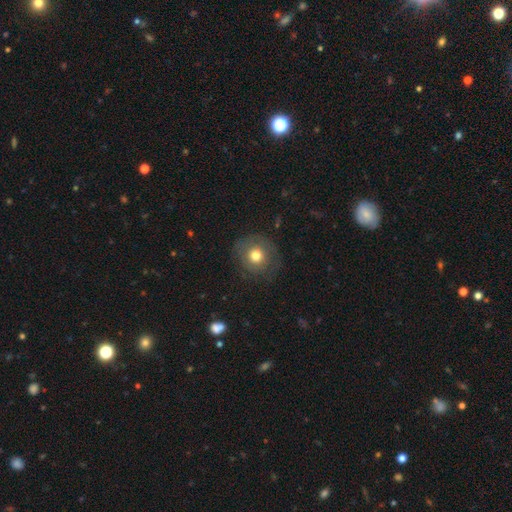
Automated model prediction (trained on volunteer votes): Smooth or featured? smooth (69%)
How rounded? round (89%)
Merging? none (77%)